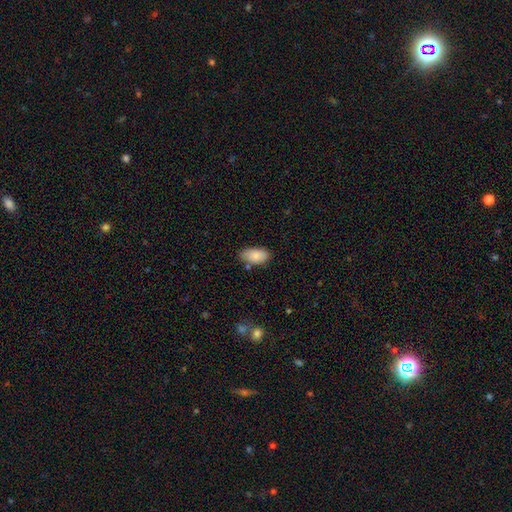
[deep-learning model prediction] A smooth galaxy with no disk features (86%) that is in between round and cigar-shaped (94%). Merging: none (72%).